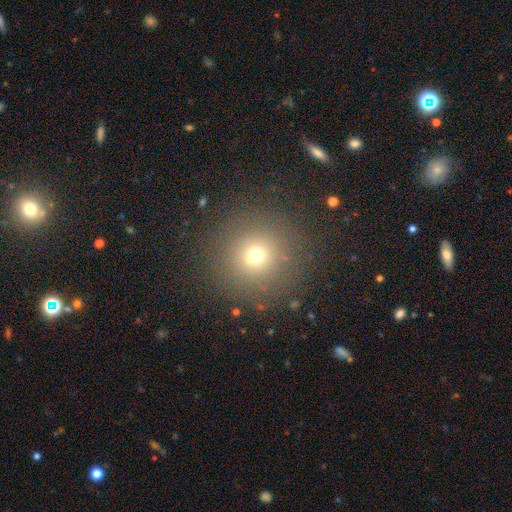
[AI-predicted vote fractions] Smooth or featured: smooth — 69% (star or artifact — 21%)
How rounded: round — 95% (in between — 4%)
Merging: none — 88% (minor disturbance — 7%)